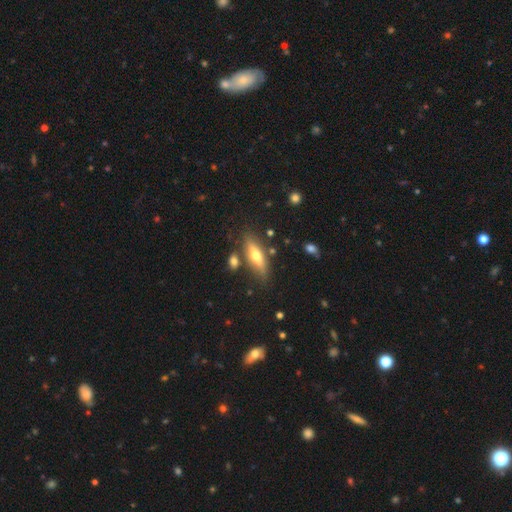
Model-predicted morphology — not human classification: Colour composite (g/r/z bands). It shows a smooth galaxy with no disk features (49%). Merging: none (76%).